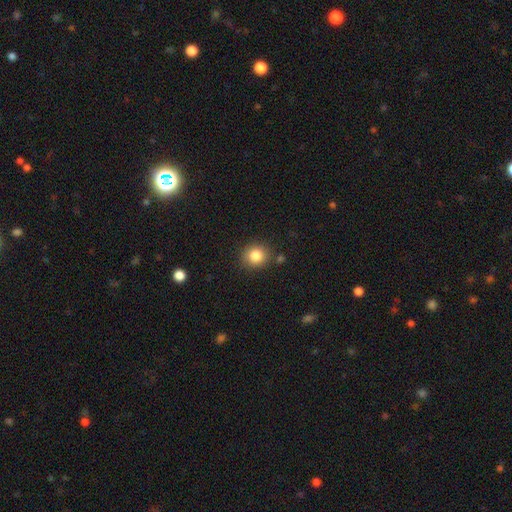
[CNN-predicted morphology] type=smooth (84%); roundness=round (79%); merging=none (83%).